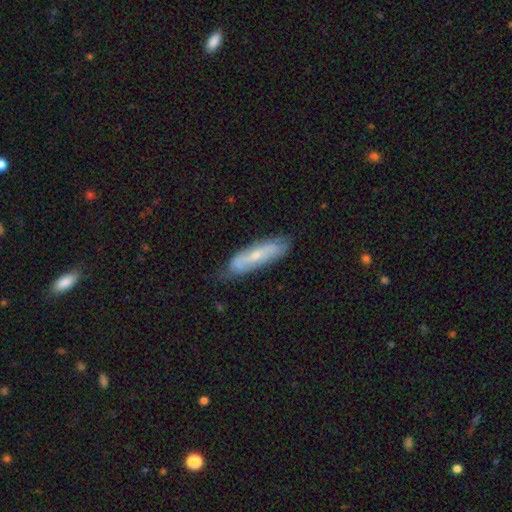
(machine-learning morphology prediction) smooth_or_featured: featured or disk (p=0.54) [alt: smooth p=0.39]
disk_edge_on: no (p=0.65) [alt: yes p=0.35]
merging: none (p=0.70) [alt: minor disturbance p=0.23]